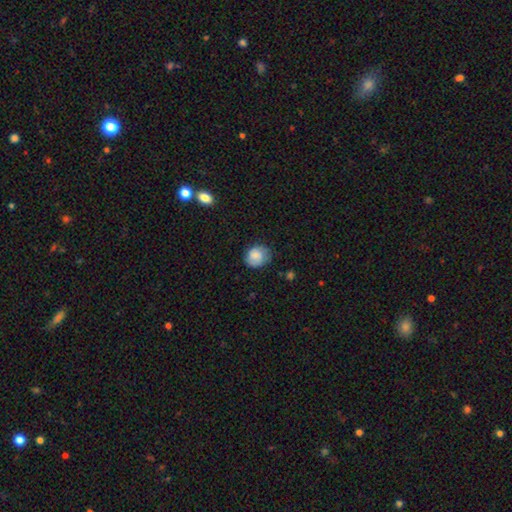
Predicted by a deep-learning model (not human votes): Smooth or featured?
  - smooth: 74% *
  - featured or disk: 18%
  - star or artifact: 8%
How rounded?
  - round: 70% *
  - in between: 29%
  - cigar-shaped: 1%
Merging?
  - none: 68% *
  - minor disturbance: 24%
  - major disturbance: 6%
  - merger: 1%